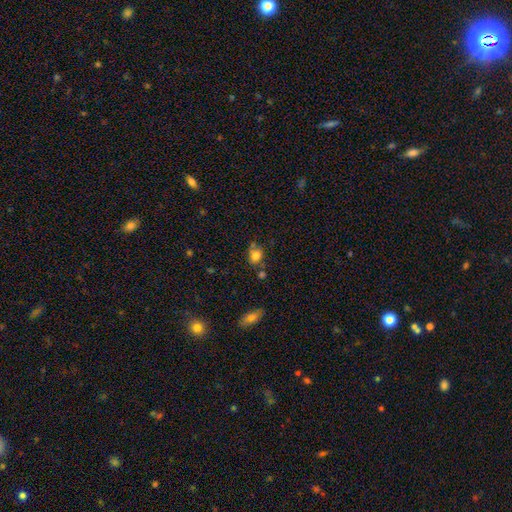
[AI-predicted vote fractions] Smooth or featured: smooth — 77% (featured or disk — 12%)
How rounded: in between — 54% (round — 45%)
Merging: none — 56% (minor disturbance — 22%)